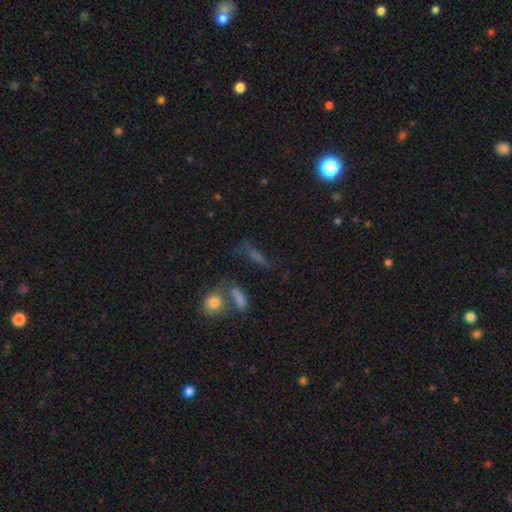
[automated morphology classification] Smooth or featured?
  - smooth: 42% *
  - featured or disk: 31%
  - star or artifact: 27%
Merging?
  - none: 55% *
  - minor disturbance: 17%
  - merger: 16%
  - major disturbance: 13%